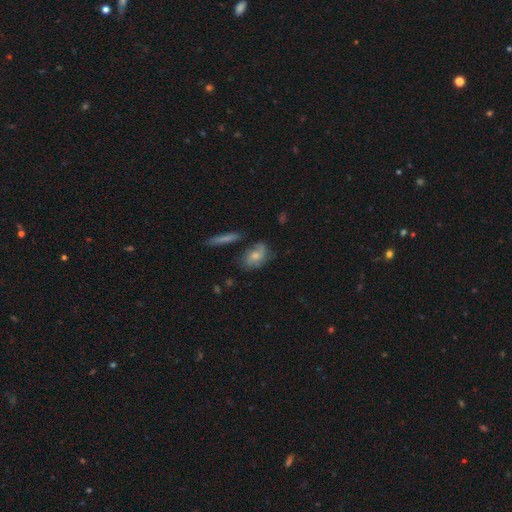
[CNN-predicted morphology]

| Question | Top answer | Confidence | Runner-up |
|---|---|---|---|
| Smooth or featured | featured or disk | 49% | smooth (43%) |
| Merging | none | 61% | minor disturbance (24%) |